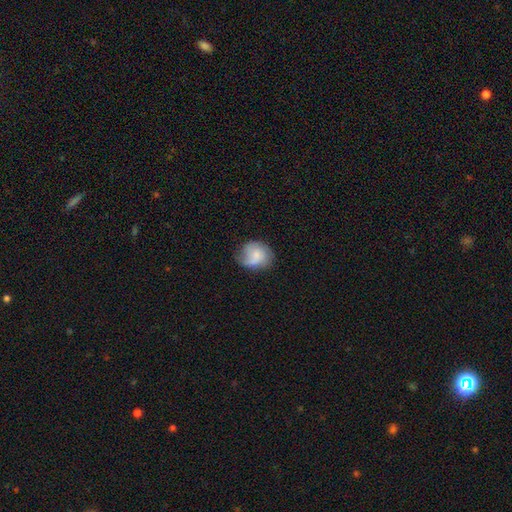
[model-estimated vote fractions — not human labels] The model was most divided on "smooth or featured": smooth: 52%, featured or disk: 40%, star or artifact: 8%. More confident: how rounded — round (57%); merging — none (54%).